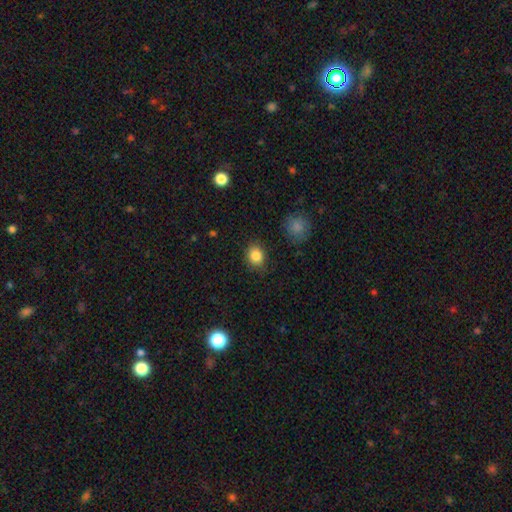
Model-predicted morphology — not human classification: This appears to be a smooth galaxy with no disk features (85%) that is round (61%). Merging: none (83%).